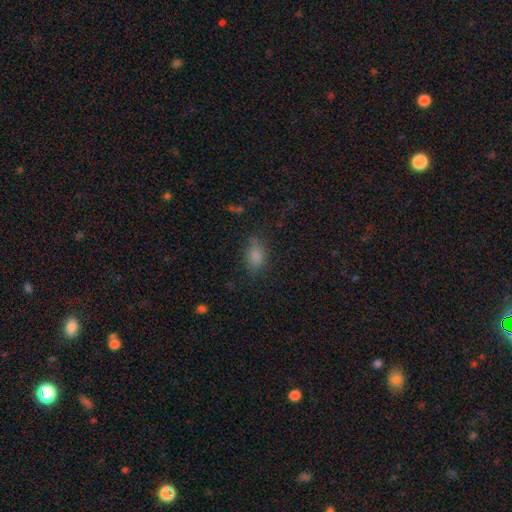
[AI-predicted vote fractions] Morphology: type=smooth (80%); roundness=in between (80%); merging=none (67%).